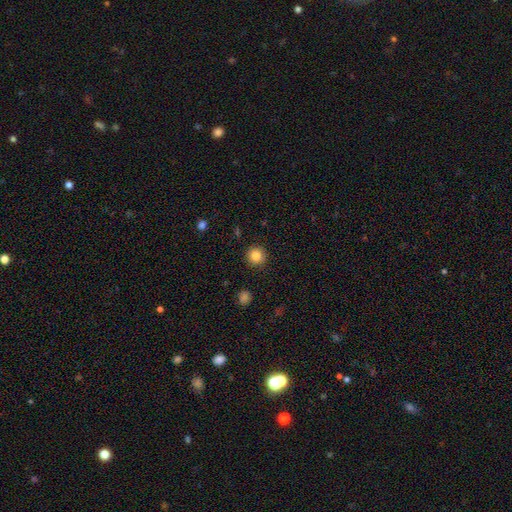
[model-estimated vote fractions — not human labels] A smooth galaxy with no disk features (85%) that is round (94%).

Vote fractions:
- Smooth or featured? smooth: 85% / star or artifact: 10% / featured or disk: 5%
- How rounded? round: 94% / in between: 5% / cigar-shaped: 1%
- Merging? none: 91% / minor disturbance: 6% / major disturbance: 2% / merger: 1%